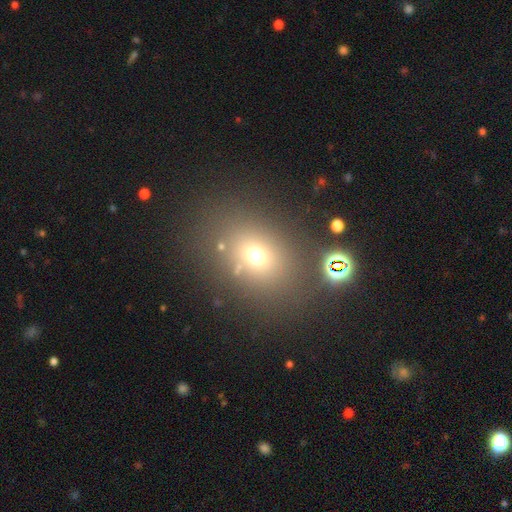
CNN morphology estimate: smooth 65%, star or artifact 22%, featured or disk 13%. Down the decision tree: how rounded — in between (51%); merging — none (76%).